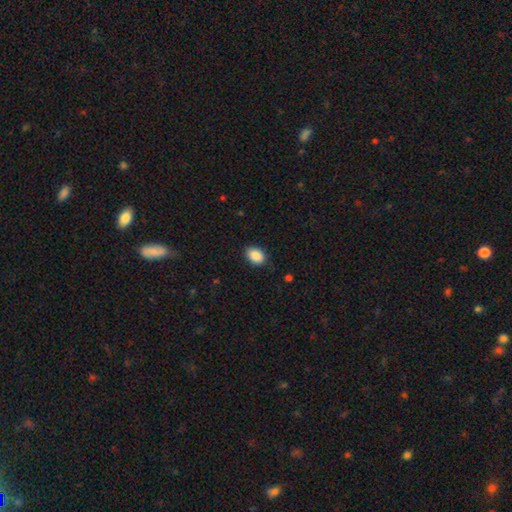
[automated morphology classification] This appears to be a smooth galaxy with no disk features (89%) that is in between round and cigar-shaped (85%). Merging: none (85%).